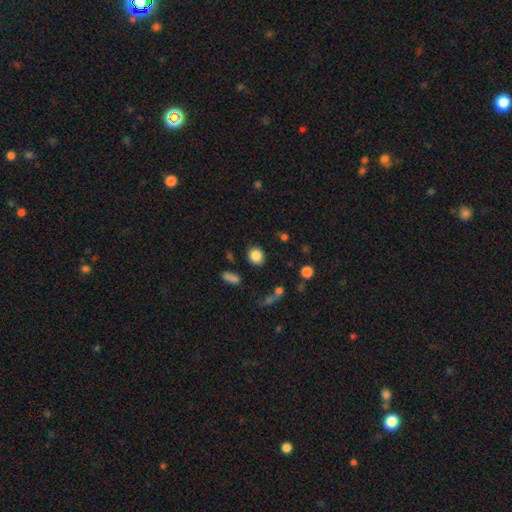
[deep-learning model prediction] Smooth or featured?
  - smooth: 85% *
  - star or artifact: 9%
  - featured or disk: 5%
How rounded?
  - round: 70% *
  - in between: 29%
  - cigar-shaped: 1%
Merging?
  - none: 84% *
  - minor disturbance: 9%
  - major disturbance: 3%
  - merger: 3%